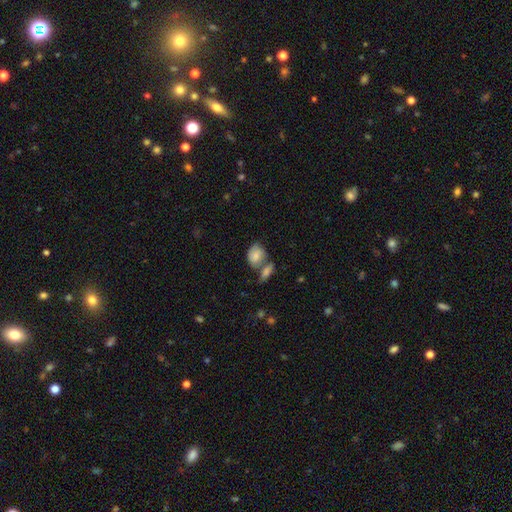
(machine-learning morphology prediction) Overall: smooth (73%). How rounded: in between (68%; round 30%). Merging: merger (43%; none 34%).